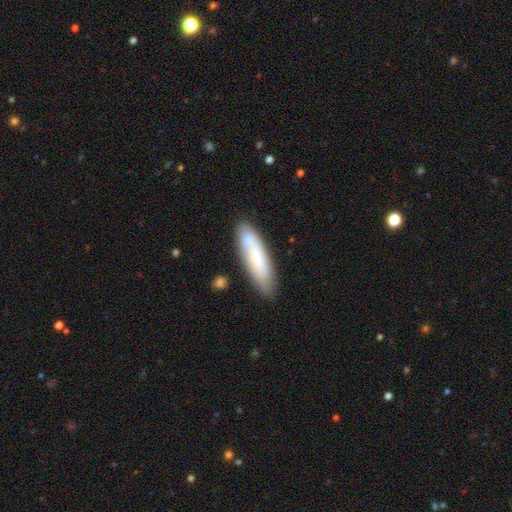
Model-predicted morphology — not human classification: Q: Smooth or featured?
A: smooth (61%); runner-up: featured or disk (32%)
Q: How rounded?
A: cigar-shaped (61%); runner-up: in between (38%)
Q: Merging?
A: none (76%); runner-up: minor disturbance (16%)